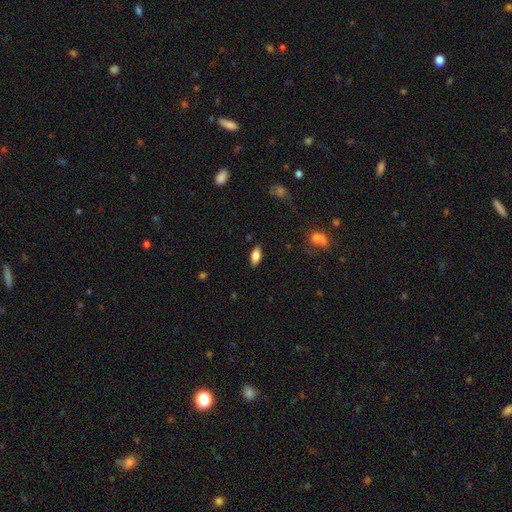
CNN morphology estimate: This appears to be a smooth galaxy with no disk features (77%) that is in between round and cigar-shaped (86%). Merging: none (85%).